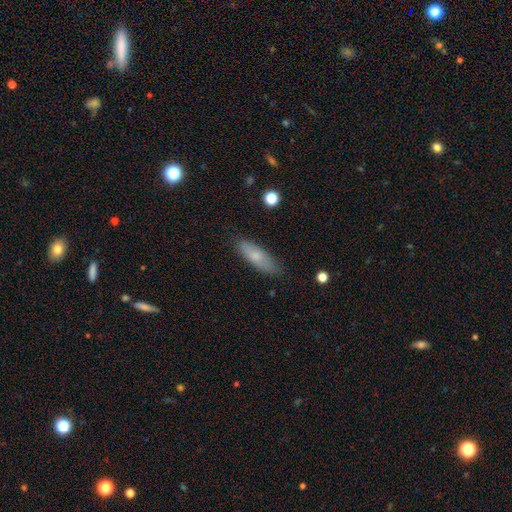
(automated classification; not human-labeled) This is likely a smooth galaxy (73%). How rounded: possibly in between (51%). Merging: clearly none (80%).